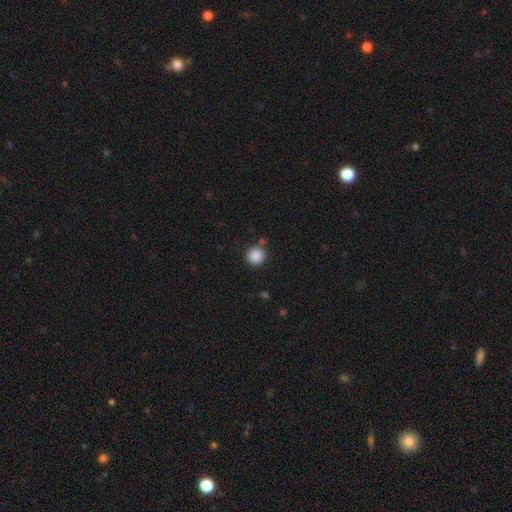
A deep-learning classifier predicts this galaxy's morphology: This appears to be a smooth galaxy with no disk features (88%) that is round (93%). Merging: none (82%).